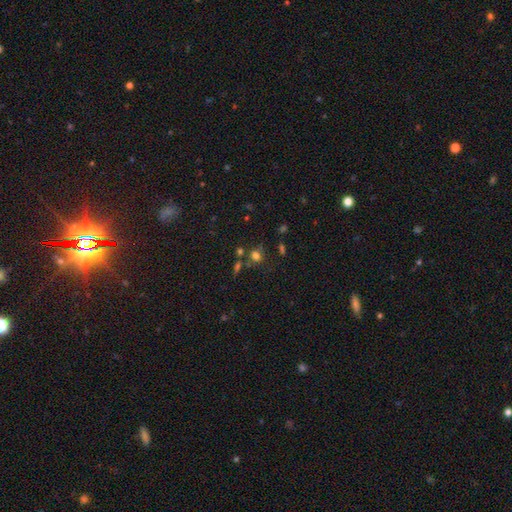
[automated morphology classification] Smooth or featured? Predicted: smooth (p=0.68). How rounded? Predicted: round (p=0.77). Merging? Predicted: none (p=0.66).